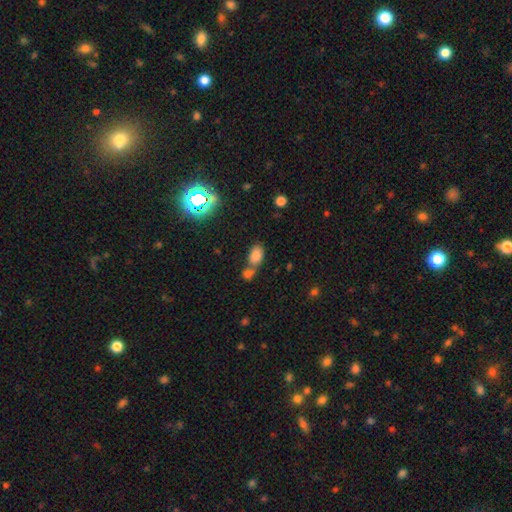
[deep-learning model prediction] This is likely a smooth galaxy (79%). How rounded: clearly in between (87%). Merging: possibly merger (47%).